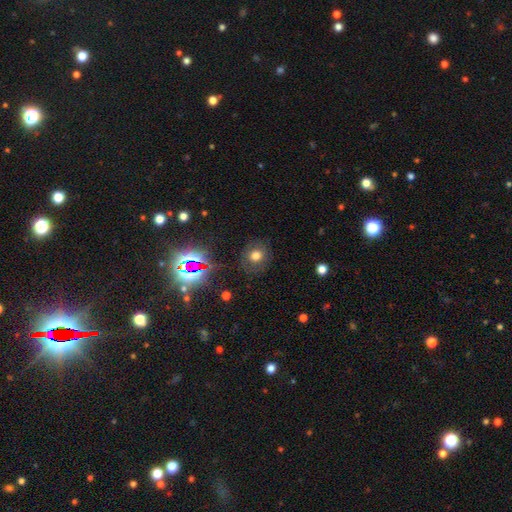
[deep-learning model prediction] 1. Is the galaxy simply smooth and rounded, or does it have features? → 63% smooth, 22% star or artifact, 14% featured or disk.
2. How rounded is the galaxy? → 83% round, 16% in between, 1% cigar-shaped.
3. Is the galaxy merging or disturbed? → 82% none, 11% minor disturbance, 6% major disturbance, 2% merger.